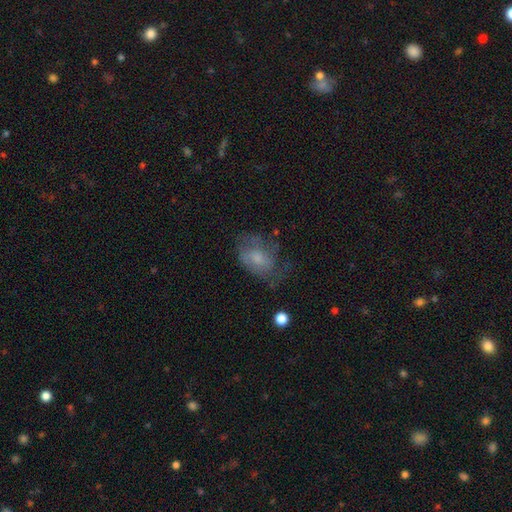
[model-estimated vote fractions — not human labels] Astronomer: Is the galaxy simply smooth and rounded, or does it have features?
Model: smooth — 47% (runner-up: featured or disk, 41%).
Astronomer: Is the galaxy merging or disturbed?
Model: none — 50% (runner-up: minor disturbance, 26%).